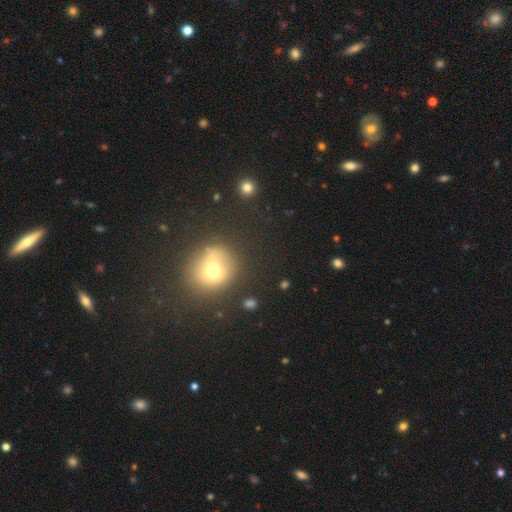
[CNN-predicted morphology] This appears to be a smooth galaxy with no disk features (57%) that is round (79%). Merging: none (74%).